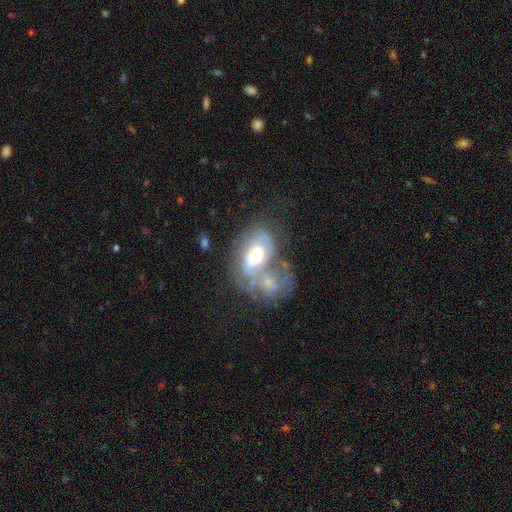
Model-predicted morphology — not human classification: Overall: featured or disk (55%; smooth 37%). Edge-on disk: no (94%). Bar: no (62%; weak 27%). Spiral arms: no (57%; yes 43%). Bulge size: moderate (61%; large 23%). Merging: merger (54%; none 17%).